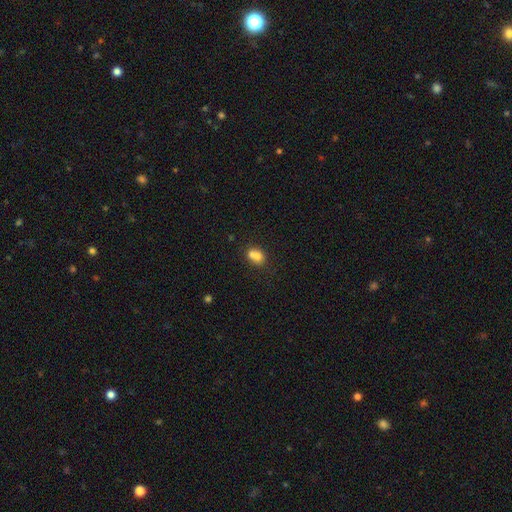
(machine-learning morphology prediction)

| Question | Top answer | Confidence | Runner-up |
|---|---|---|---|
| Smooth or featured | smooth | 71% | featured or disk (18%) |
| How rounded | round | 60% | in between (39%) |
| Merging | merger | 57% | none (32%) |